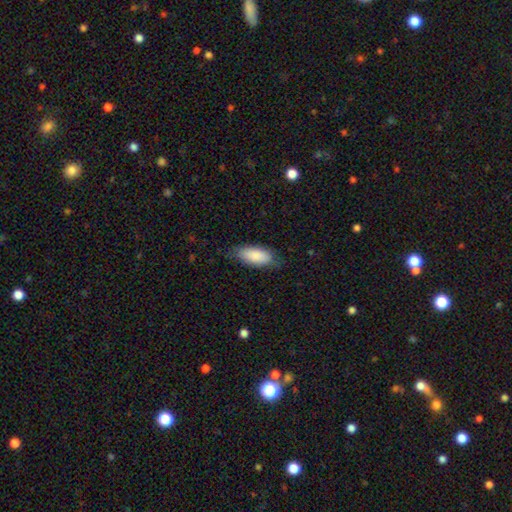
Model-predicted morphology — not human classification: Overall: smooth (87%). How rounded: in between (86%). Merging: none (76%).